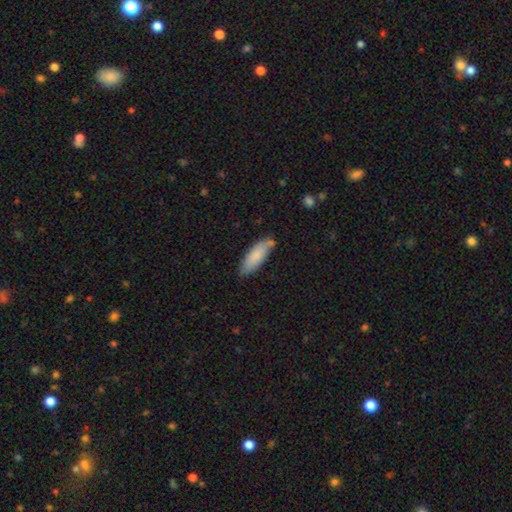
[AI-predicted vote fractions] Morphology: type=smooth (82%); roundness=in between (60%); merging=none (75%).